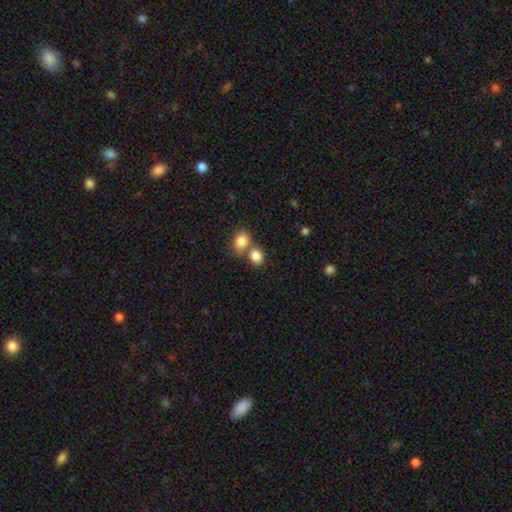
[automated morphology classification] This is clearly a smooth galaxy (84%). How rounded: possibly round (55%). Merging: possibly none (46%).